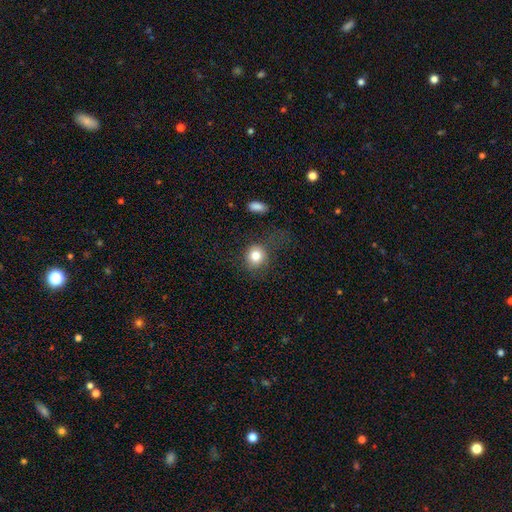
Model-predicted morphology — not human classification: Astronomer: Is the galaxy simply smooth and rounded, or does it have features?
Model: smooth — 82%.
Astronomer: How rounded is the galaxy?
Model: round — 79%.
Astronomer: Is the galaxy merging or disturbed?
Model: none — 66%.